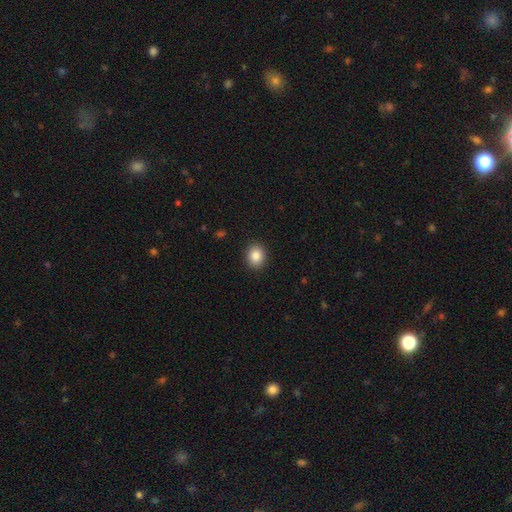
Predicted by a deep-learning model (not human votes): Morphology: type=smooth (86%); roundness=round (69%); merging=none (91%).